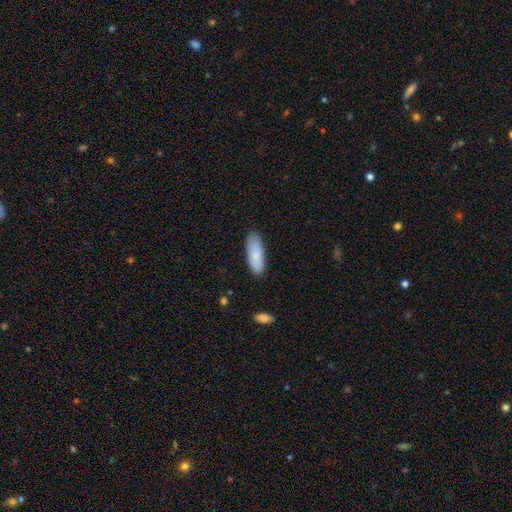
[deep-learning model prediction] A smooth galaxy with no disk features (84%) that is in between round and cigar-shaped (66%). Merging: none (82%).